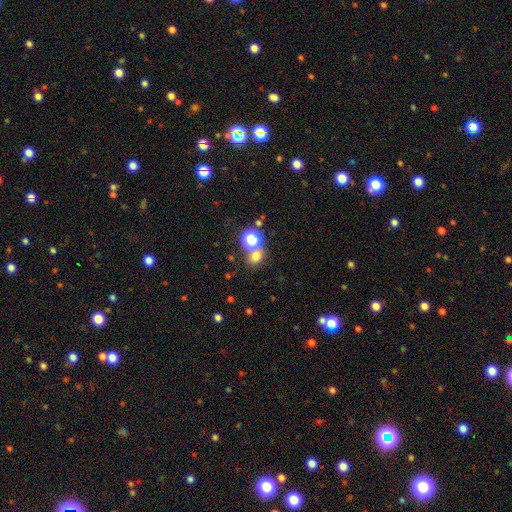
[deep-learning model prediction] This is likely a smooth galaxy (68%). How rounded: likely round (70%). Merging: likely none (61%).